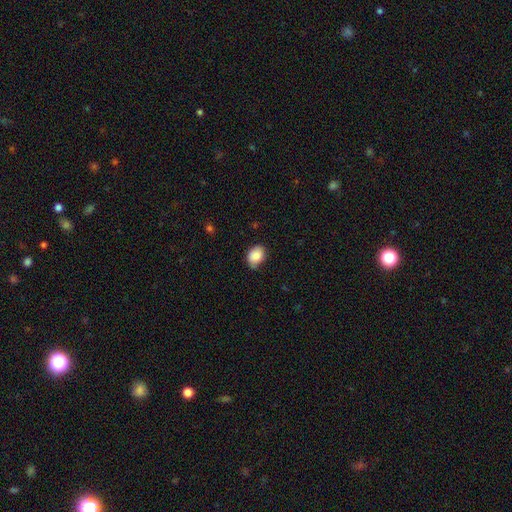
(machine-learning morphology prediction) This is clearly a smooth galaxy (86%). How rounded: likely in between (72%). Merging: likely none (70%).